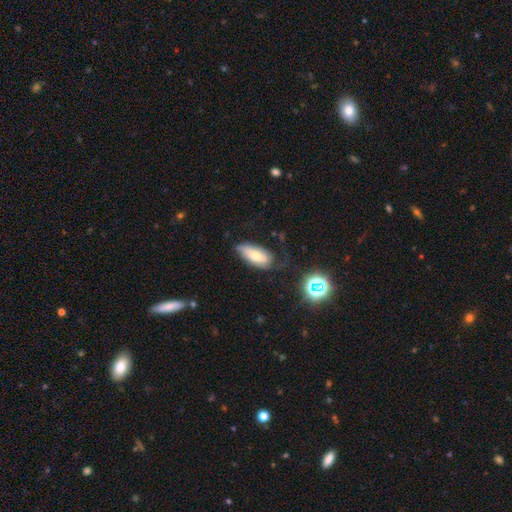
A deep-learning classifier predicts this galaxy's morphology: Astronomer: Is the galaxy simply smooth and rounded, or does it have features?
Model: smooth — 57% (runner-up: featured or disk, 34%).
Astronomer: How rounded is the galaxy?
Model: in between — 86%.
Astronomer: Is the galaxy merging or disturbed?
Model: none — 49% (runner-up: minor disturbance, 34%).